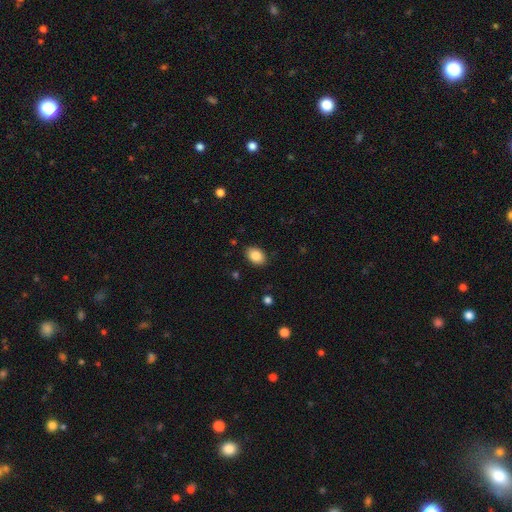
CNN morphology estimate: Q: Smooth or featured?
A: smooth (86%); runner-up: star or artifact (8%)
Q: How rounded?
A: in between (80%); runner-up: round (19%)
Q: Merging?
A: none (88%); runner-up: minor disturbance (9%)